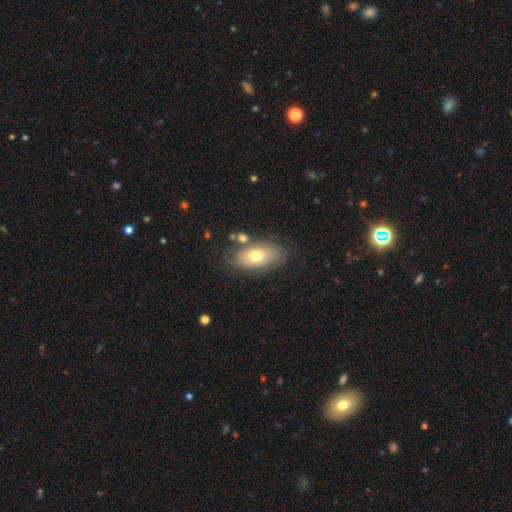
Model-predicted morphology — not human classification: smooth_or_featured: smooth (p=0.63) [alt: featured or disk p=0.29]
how_rounded: in between (p=0.90) [alt: round p=0.06]
merging: none (p=0.70) [alt: minor disturbance p=0.18]